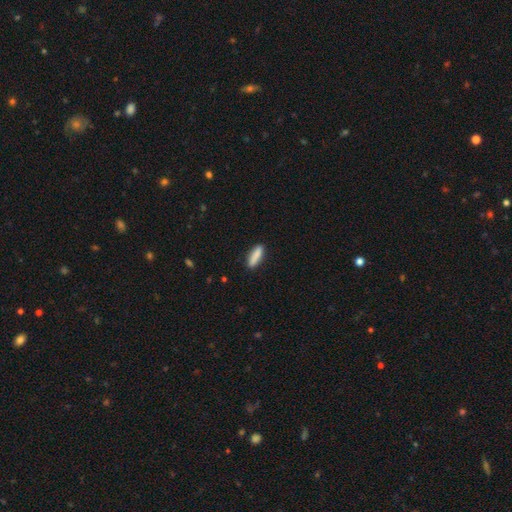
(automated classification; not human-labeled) A smooth galaxy with no disk features (86%) that is cigar-shaped (66%).

Vote fractions:
- Smooth or featured? smooth: 86% / featured or disk: 7% / star or artifact: 6%
- How rounded? cigar-shaped: 66% / in between: 32% / round: 2%
- Merging? none: 87% / minor disturbance: 9% / major disturbance: 2% / merger: 1%